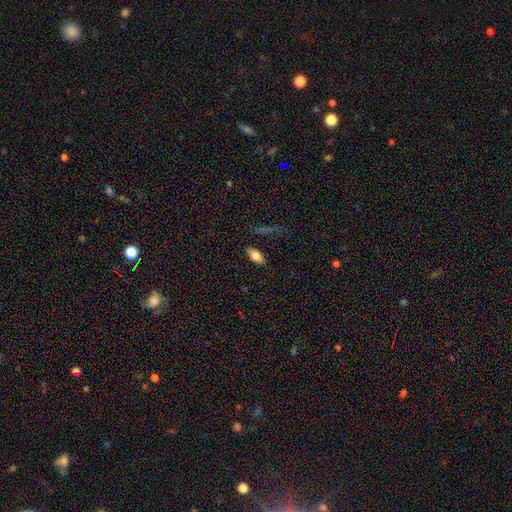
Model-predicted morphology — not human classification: Smooth or featured: smooth — 80% (featured or disk — 12%)
How rounded: in between — 89% (cigar-shaped — 7%)
Merging: none — 85% (minor disturbance — 11%)